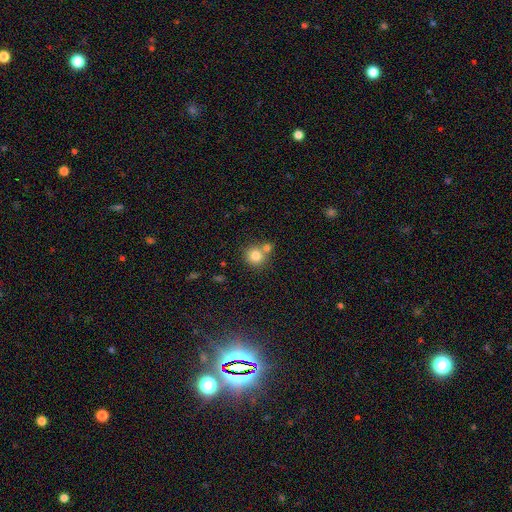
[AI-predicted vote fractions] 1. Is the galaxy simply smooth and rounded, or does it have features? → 81% smooth, 10% star or artifact, 8% featured or disk.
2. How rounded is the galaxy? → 89% round, 10% in between, 1% cigar-shaped.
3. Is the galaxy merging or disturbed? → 55% none, 34% merger, 8% minor disturbance, 3% major disturbance.